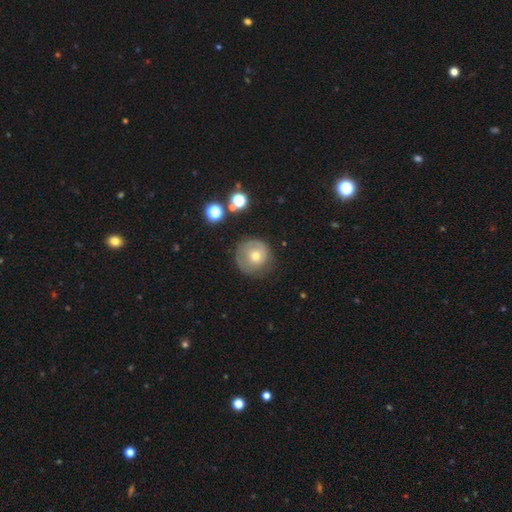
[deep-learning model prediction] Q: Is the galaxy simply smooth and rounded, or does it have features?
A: smooth — 58%.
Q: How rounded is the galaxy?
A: round — 92%.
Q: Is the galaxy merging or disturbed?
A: none — 71%.